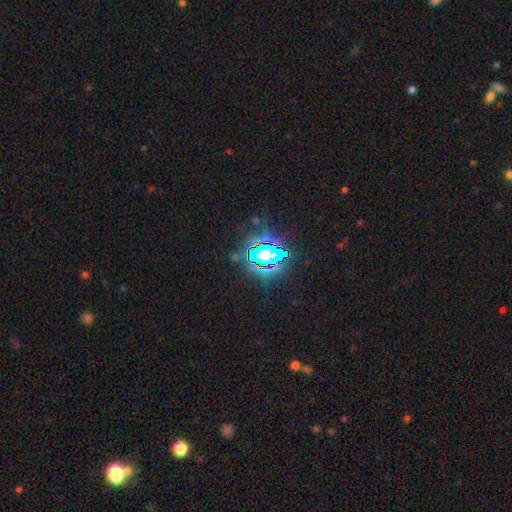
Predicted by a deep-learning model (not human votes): A star or artifact, not a galaxy (82%).